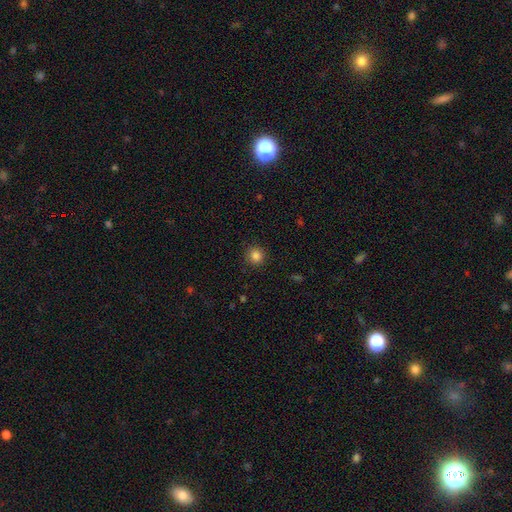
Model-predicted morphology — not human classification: Smooth or featured? smooth (85%)
How rounded? round (91%)
Merging? none (90%)